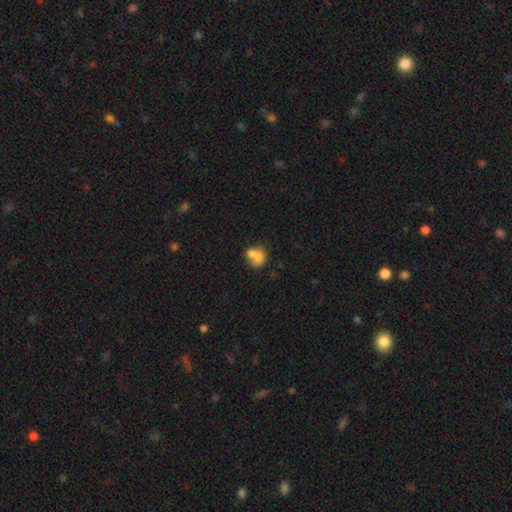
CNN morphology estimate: Q: Smooth or featured?
A: smooth (72%); runner-up: featured or disk (18%)
Q: How rounded?
A: round (58%); runner-up: in between (41%)
Q: Merging?
A: merger (51%); runner-up: none (31%)